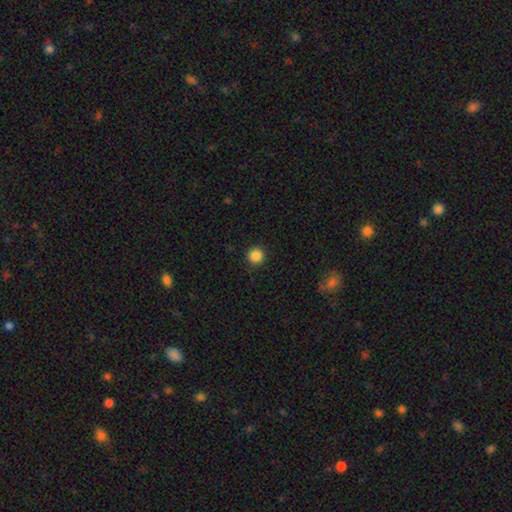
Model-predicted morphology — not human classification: Smooth or featured?
  - smooth: 87% *
  - star or artifact: 11%
  - featured or disk: 3%
How rounded?
  - round: 95% *
  - in between: 4%
  - cigar-shaped: 1%
Merging?
  - none: 92% *
  - minor disturbance: 5%
  - major disturbance: 2%
  - merger: 1%